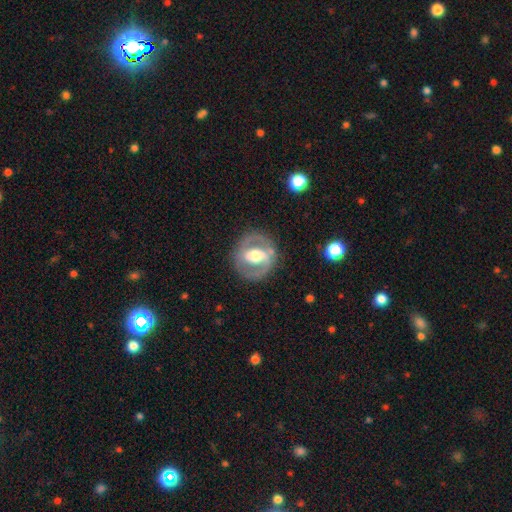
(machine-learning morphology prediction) Smooth or featured? Predicted: featured or disk (p=0.74). Edge-on disk? Predicted: no (p=0.95). Bar? Predicted: strong (p=0.44). Spiral arms? Predicted: yes (p=0.62). Bulge size? Predicted: moderate (p=0.65). Merging? Predicted: none (p=0.82).